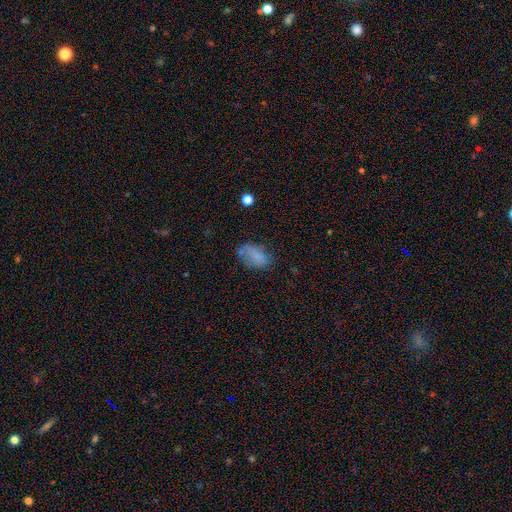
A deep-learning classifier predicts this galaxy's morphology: The model was most divided on "merging": none: 53%, minor disturbance: 28%, major disturbance: 14%, merger: 5%. More confident: how rounded — in between (90%); smooth or featured — smooth (71%).